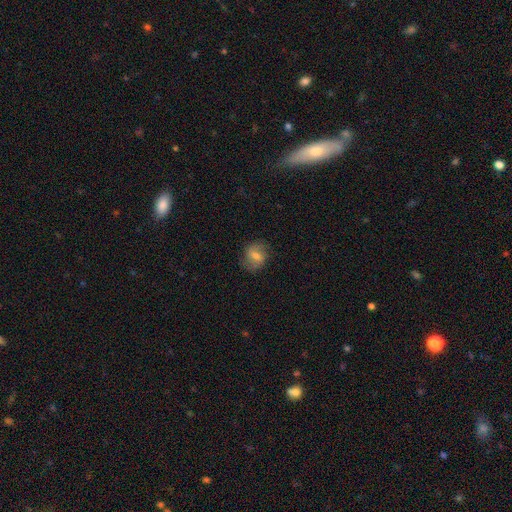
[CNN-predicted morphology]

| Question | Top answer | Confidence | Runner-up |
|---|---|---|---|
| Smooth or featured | smooth | 49% | featured or disk (41%) |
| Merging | none | 78% | minor disturbance (15%) |